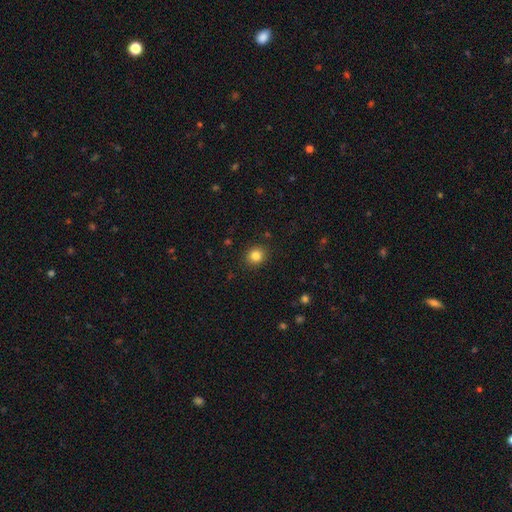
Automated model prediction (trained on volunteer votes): Morphology: type=smooth (83%); roundness=round (82%); merging=none (90%).